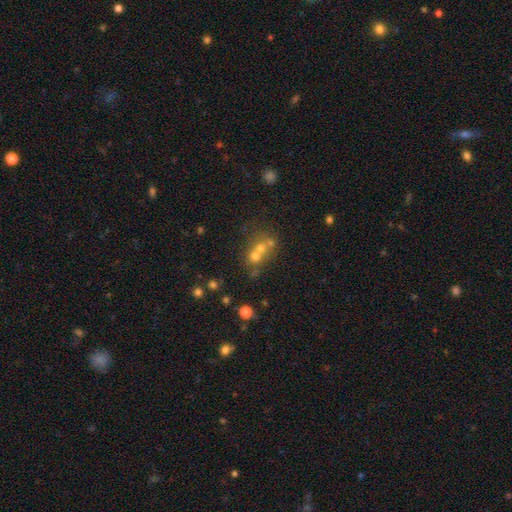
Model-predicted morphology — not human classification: smooth-or-featured: smooth: 55% | featured or disk: 24% | star or artifact: 22%
  how-rounded: round: 77% | in between: 22% | cigar-shaped: 1%
  merging: merger: 57% | none: 33% | minor disturbance: 7% | major disturbance: 4%